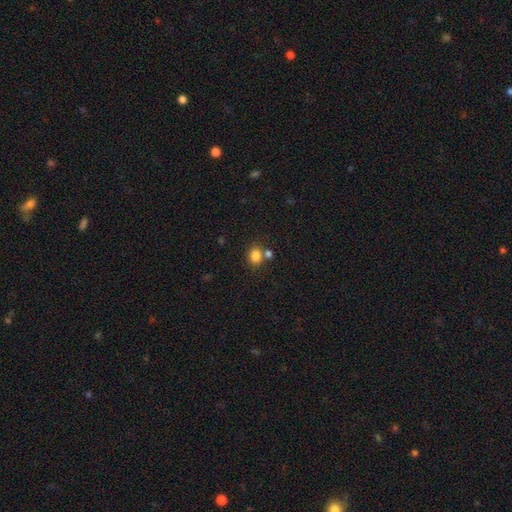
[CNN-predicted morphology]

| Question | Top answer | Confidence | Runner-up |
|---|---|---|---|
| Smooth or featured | smooth | 83% | star or artifact (11%) |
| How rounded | round | 60% | in between (39%) |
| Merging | none | 62% | merger (24%) |